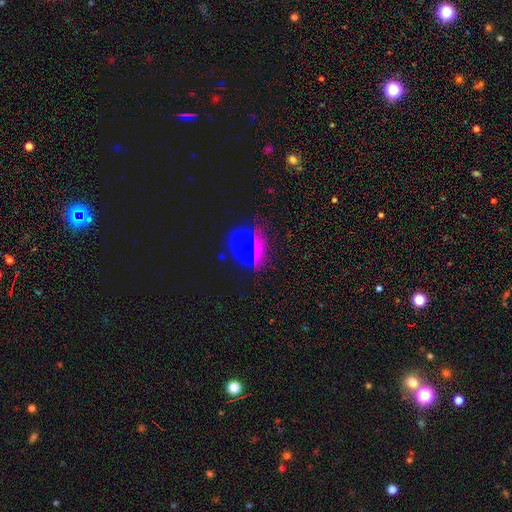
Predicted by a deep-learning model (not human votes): Smooth or featured: smooth — 47% (star or artifact — 32%)
Merging: none — 64% (minor disturbance — 17%)